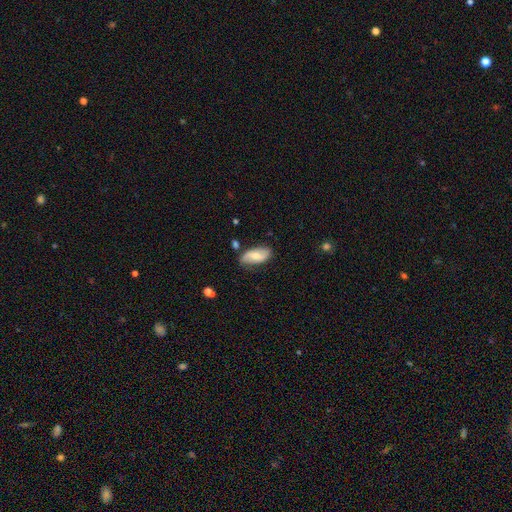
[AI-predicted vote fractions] Q: Smooth or featured?
A: featured or disk (47%); runner-up: smooth (46%)
Q: Merging?
A: none (75%); runner-up: minor disturbance (18%)